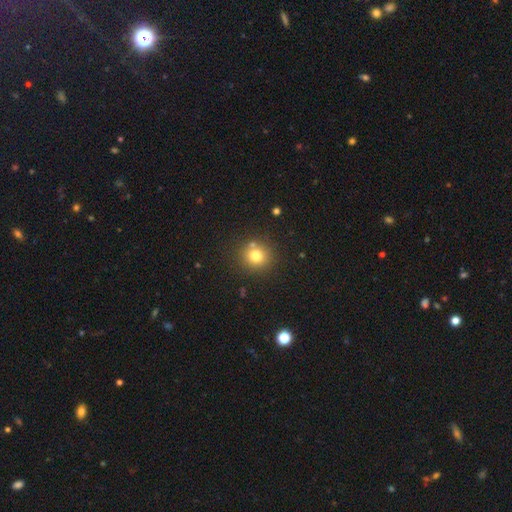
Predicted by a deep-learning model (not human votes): This is likely a smooth galaxy (77%). How rounded: clearly round (90%). Merging: likely none (80%).